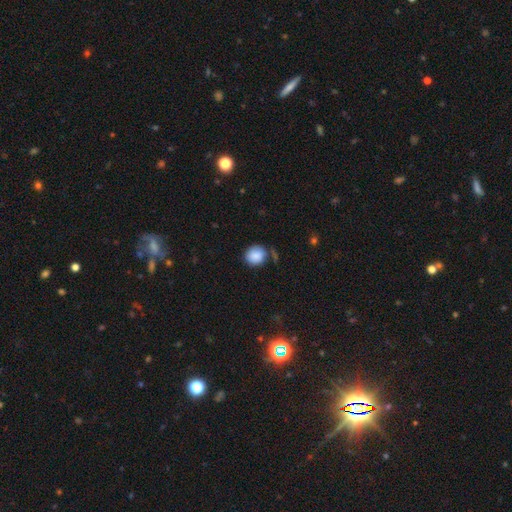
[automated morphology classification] Overall: smooth (88%). How rounded: round (81%). Merging: none (67%).